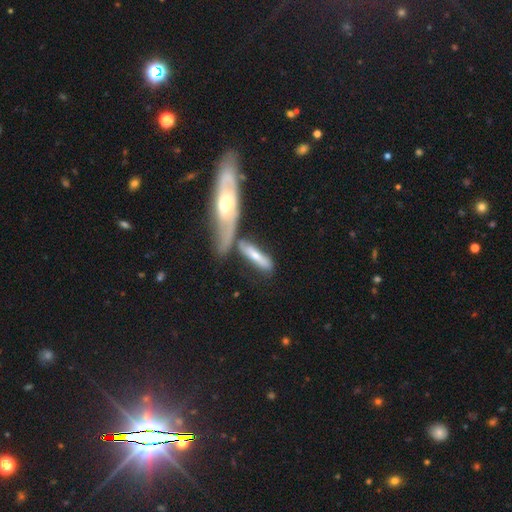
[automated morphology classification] The model was most divided on "merging" (2-way tie): merger: 38%, none: 38%, minor disturbance: 15%, major disturbance: 9%. More confident: how rounded — cigar-shaped (68%); smooth or featured — smooth (55%).